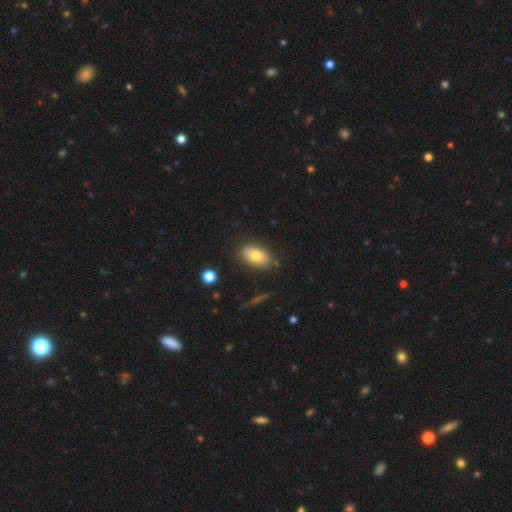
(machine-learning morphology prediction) type=smooth (76%); roundness=in between (91%); merging=none (81%).